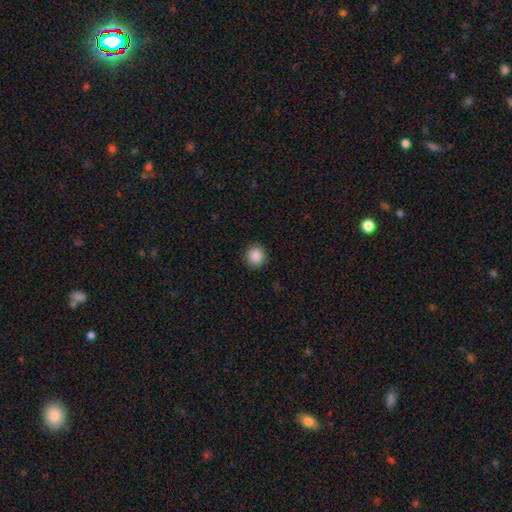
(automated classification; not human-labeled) Overall: smooth (87%). How rounded: round (91%). Merging: none (91%).